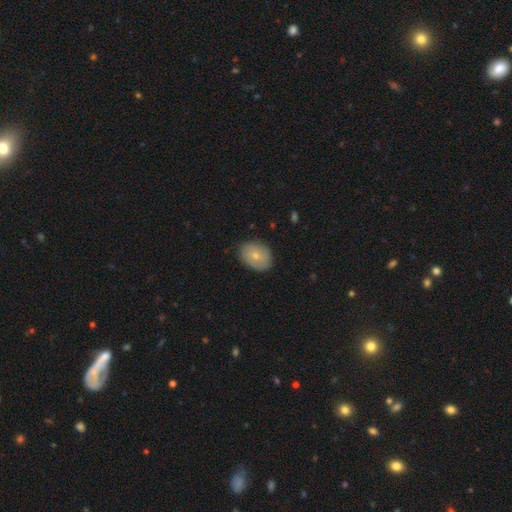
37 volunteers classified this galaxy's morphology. Overall: smooth (70%). How rounded: in between (62%; round 38%). Merging: none (86%).